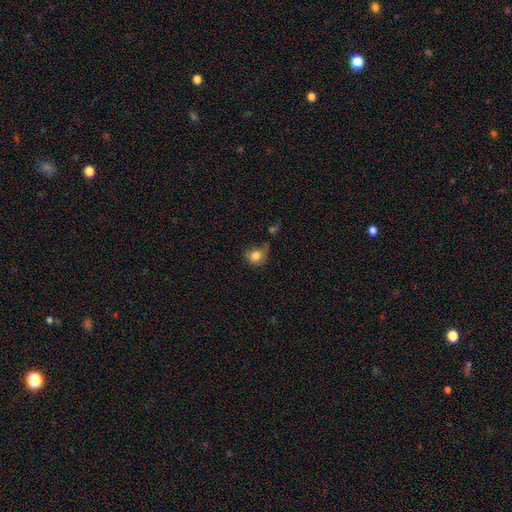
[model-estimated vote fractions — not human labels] Smooth or featured? Predicted: smooth (p=0.81). How rounded? Predicted: round (p=0.74). Merging? Predicted: none (p=0.46).